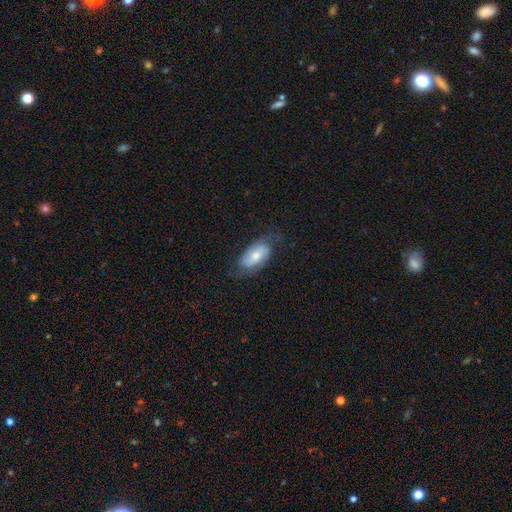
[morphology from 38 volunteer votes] A smooth galaxy with no disk features (55%) that is in between round and cigar-shaped (95%).

Vote fractions:
- Smooth or featured? smooth: 55% / featured or disk: 37% / star or artifact: 8%
- How rounded? in between: 95% / round: 5% / cigar-shaped: 0%
- Merging? none: 57% / major disturbance: 26% / minor disturbance: 14% / merger: 3%